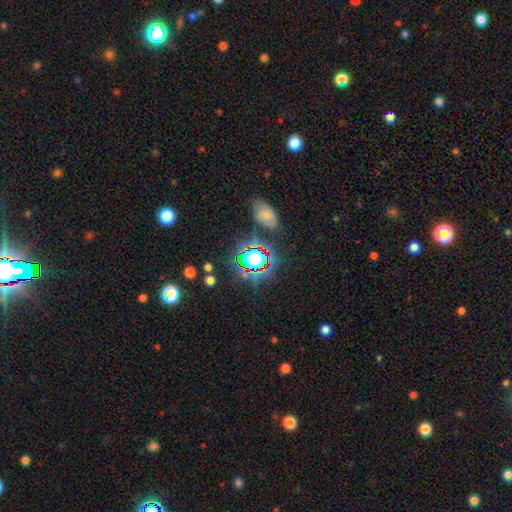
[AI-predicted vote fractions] smooth_or_featured: star or artifact (p=0.55) [alt: smooth p=0.33]